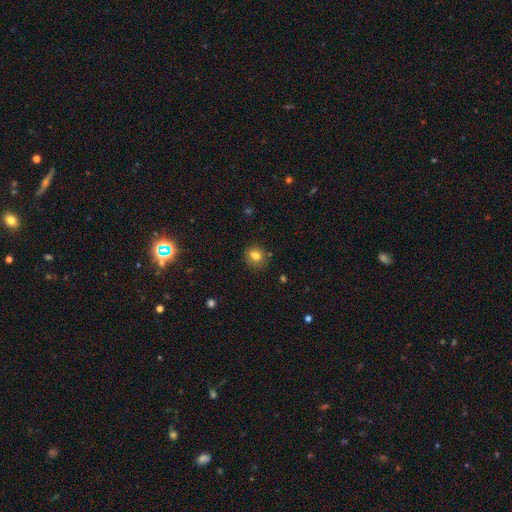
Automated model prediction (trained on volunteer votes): This appears to be a smooth galaxy with no disk features (76%) that is round (73%). Merging: none (77%).